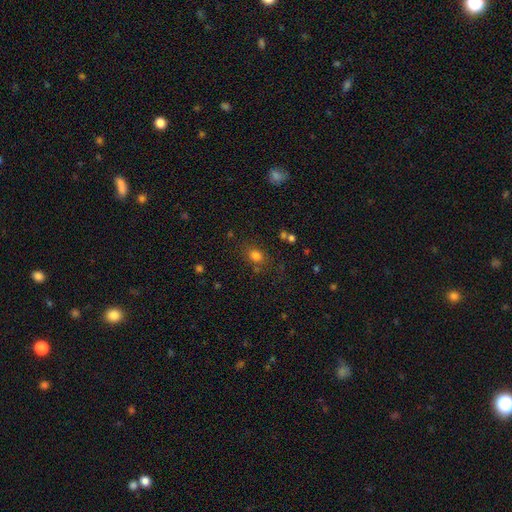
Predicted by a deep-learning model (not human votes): Smooth or featured? Predicted: smooth (p=0.78). How rounded? Predicted: round (p=0.53). Merging? Predicted: none (p=0.74).